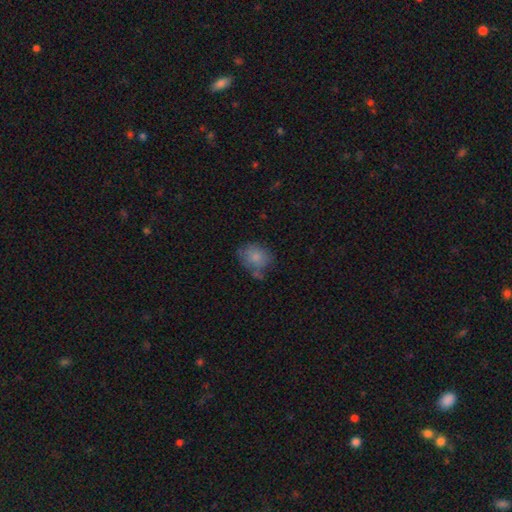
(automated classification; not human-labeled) Overall: smooth (78%). How rounded: round (52%; in between 47%). Merging: none (54%; minor disturbance 26%).